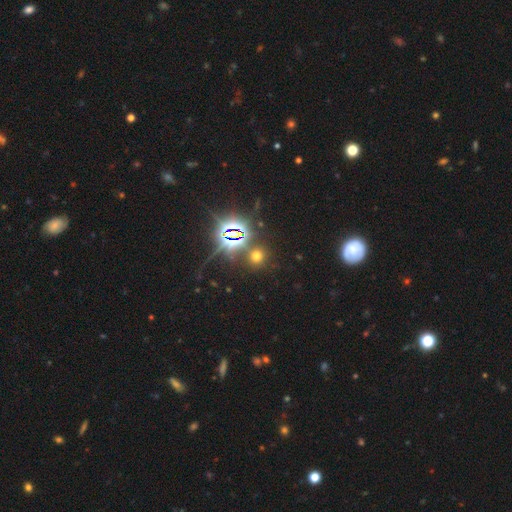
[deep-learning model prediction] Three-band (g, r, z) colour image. It shows a smooth galaxy with no disk features (49%). Merging: none (82%).